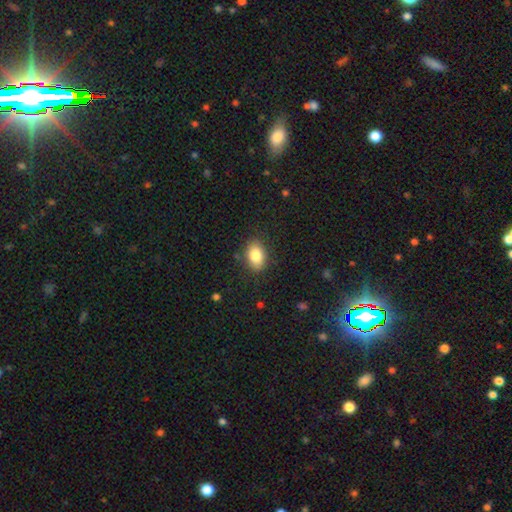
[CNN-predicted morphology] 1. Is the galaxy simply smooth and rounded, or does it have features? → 83% smooth, 9% featured or disk, 8% star or artifact.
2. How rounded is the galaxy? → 85% in between, 13% round, 1% cigar-shaped.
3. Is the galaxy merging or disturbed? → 84% none, 11% minor disturbance, 3% major disturbance, 1% merger.